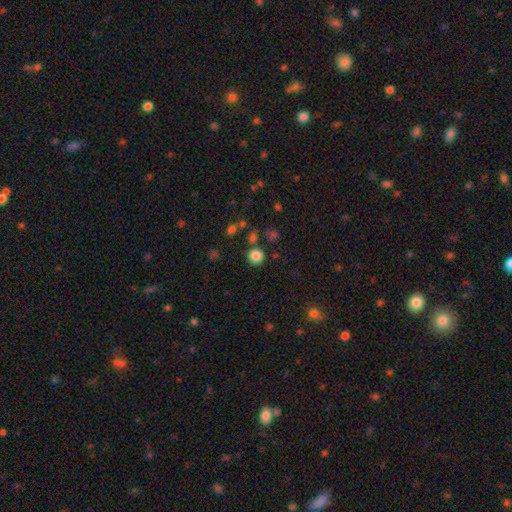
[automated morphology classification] A smooth galaxy with no disk features (84%) that is round (93%). Merging: none (85%).